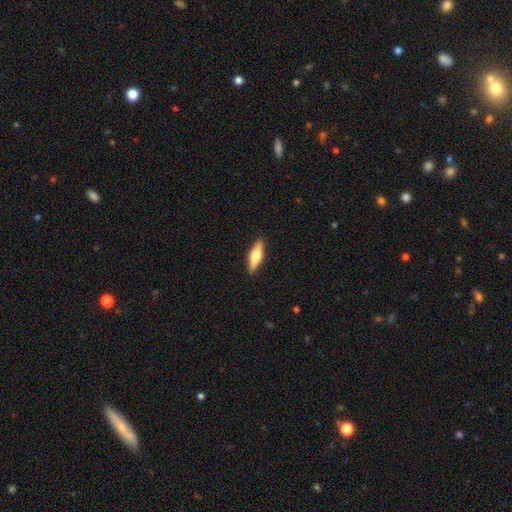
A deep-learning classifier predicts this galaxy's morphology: Smooth or featured? smooth (50%)
Merging? none (90%)